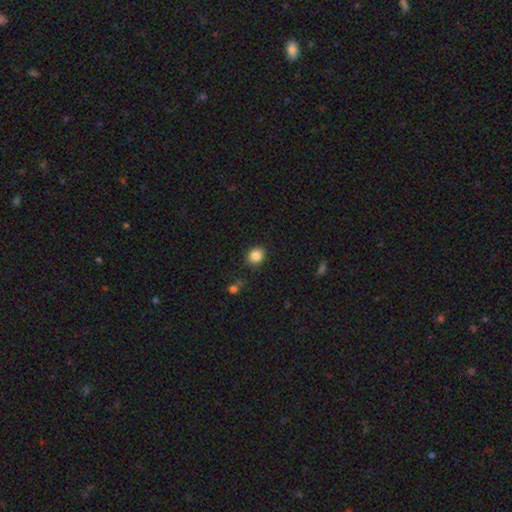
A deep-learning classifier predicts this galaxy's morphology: Q: Smooth or featured?
A: smooth (86%); runner-up: star or artifact (10%)
Q: How rounded?
A: round (69%); runner-up: in between (30%)
Q: Merging?
A: none (88%); runner-up: minor disturbance (8%)